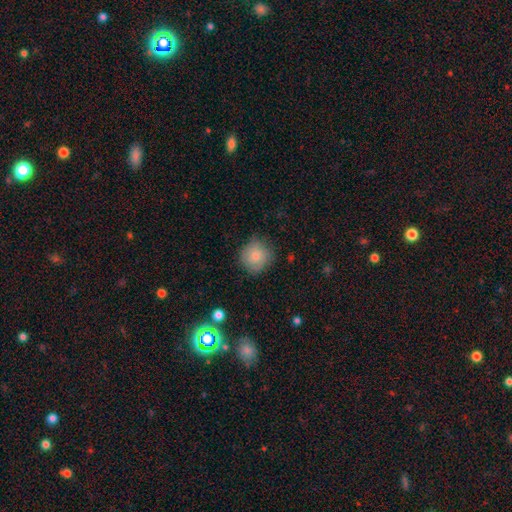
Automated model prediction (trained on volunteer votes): Overall: smooth (81%). How rounded: round (91%). Merging: none (77%).